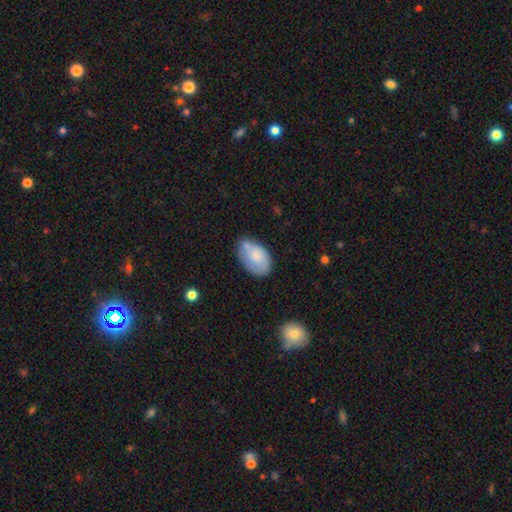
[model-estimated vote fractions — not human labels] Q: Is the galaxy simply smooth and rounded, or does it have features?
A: smooth — 66%.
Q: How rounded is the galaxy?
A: in between — 92%.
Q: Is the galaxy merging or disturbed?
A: none — 57%.